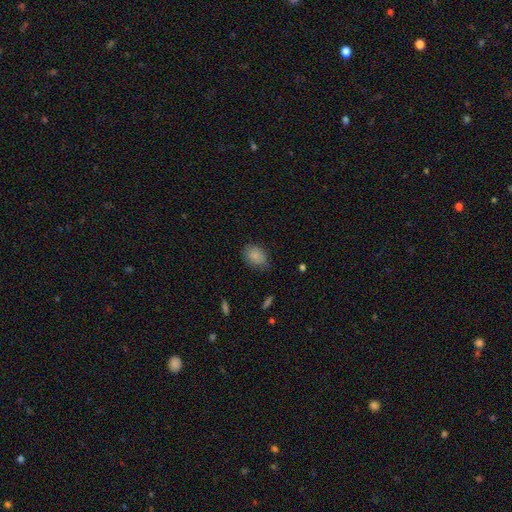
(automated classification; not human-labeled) Morphology: type=smooth (85%); roundness=in between (72%); merging=none (67%).